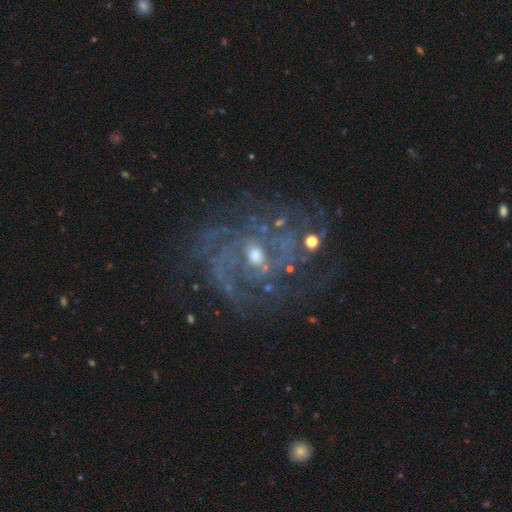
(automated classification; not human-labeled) Q: Smooth or featured?
A: featured or disk (84%); runner-up: star or artifact (11%)
Q: Edge-on disk?
A: no (98%); runner-up: yes (2%)
Q: Bar?
A: no (54%); runner-up: weak (37%)
Q: Spiral arms?
A: yes (92%); runner-up: no (8%)
Q: Spiral winding?
A: tight (47%); runner-up: medium (39%)
Q: Spiral arm count?
A: can't tell (34%); runner-up: 2 (20%)
Q: Bulge size?
A: small (53%); runner-up: moderate (41%)
Q: Merging?
A: none (63%); runner-up: minor disturbance (16%)